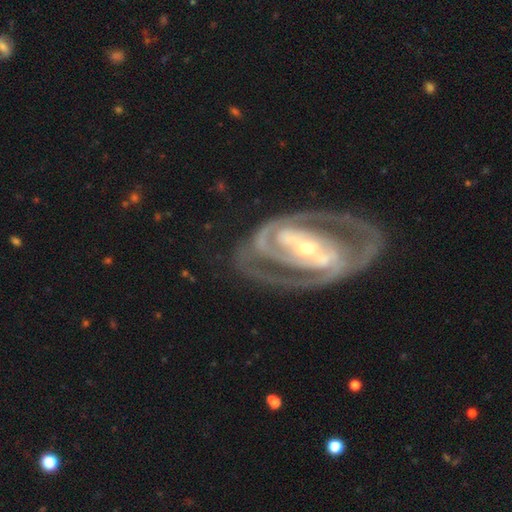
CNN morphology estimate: Q: Smooth or featured?
A: featured or disk (89%); runner-up: smooth (6%)
Q: Edge-on disk?
A: no (95%); runner-up: yes (5%)
Q: Bar?
A: strong (57%); runner-up: weak (25%)
Q: Spiral arms?
A: yes (89%); runner-up: no (11%)
Q: Spiral winding?
A: tight (50%); runner-up: medium (39%)
Q: Spiral arm count?
A: 2 (74%); runner-up: can't tell (11%)
Q: Bulge size?
A: small (60%); runner-up: moderate (34%)
Q: Merging?
A: none (70%); runner-up: minor disturbance (15%)